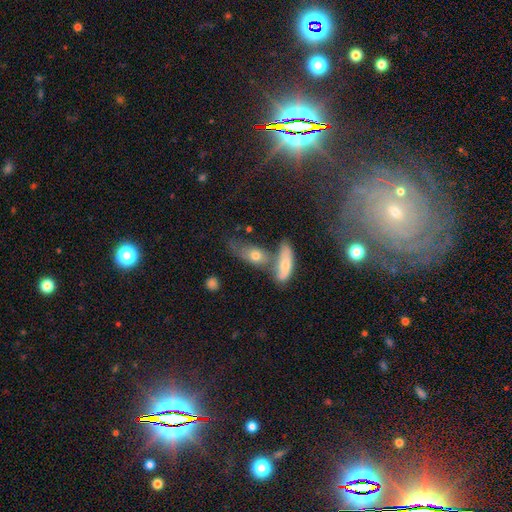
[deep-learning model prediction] A smooth galaxy with no disk features (68%) that is in between round and cigar-shaped (74%).

Vote fractions:
- Smooth or featured? smooth: 68% / featured or disk: 24% / star or artifact: 8%
- How rounded? in between: 74% / cigar-shaped: 19% / round: 7%
- Merging? merger: 44% / none: 33% / minor disturbance: 15% / major disturbance: 8%